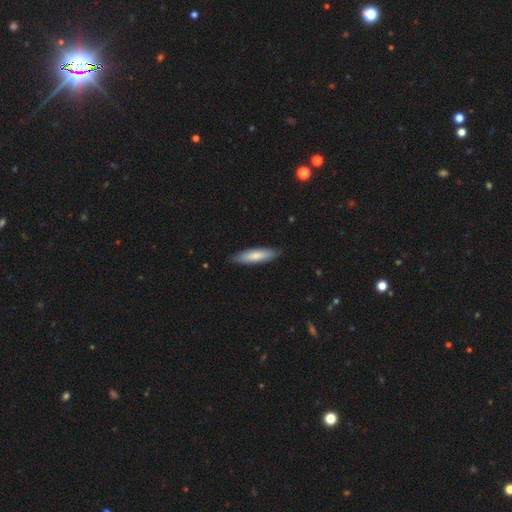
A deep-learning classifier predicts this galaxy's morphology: Q: Smooth or featured?
A: smooth (76%); runner-up: featured or disk (19%)
Q: How rounded?
A: cigar-shaped (64%); runner-up: in between (35%)
Q: Merging?
A: none (85%); runner-up: minor disturbance (12%)